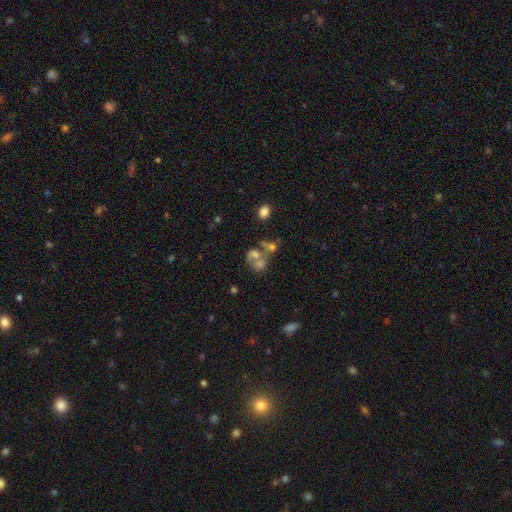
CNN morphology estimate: A featured or disk galaxy (39%). Merging: merger (50%).